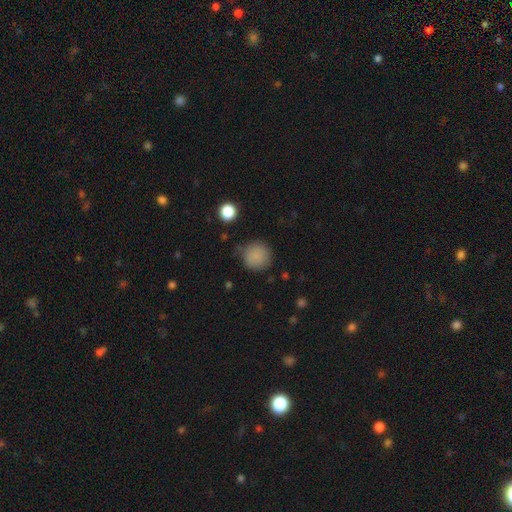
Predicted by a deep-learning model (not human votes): Smooth or featured? Predicted: smooth (p=0.85). How rounded? Predicted: round (p=0.93). Merging? Predicted: none (p=0.79).